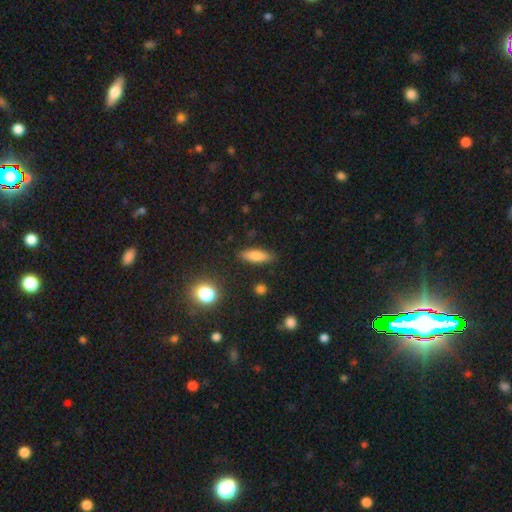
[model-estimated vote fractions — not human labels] smooth-or-featured: smooth: 78% | featured or disk: 13% | star or artifact: 9%
  how-rounded: in between: 54% | cigar-shaped: 43% | round: 3%
  merging: none: 85% | minor disturbance: 10% | major disturbance: 3% | merger: 2%